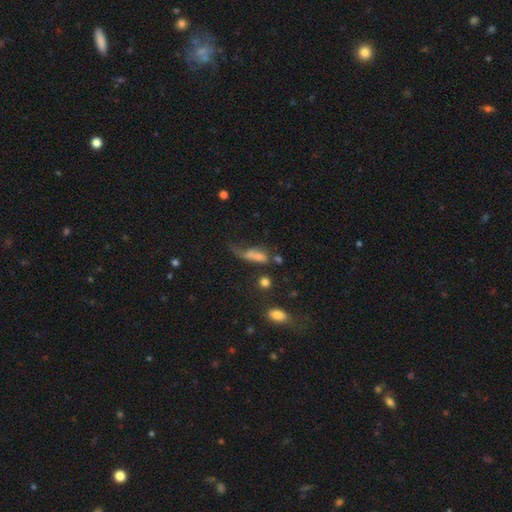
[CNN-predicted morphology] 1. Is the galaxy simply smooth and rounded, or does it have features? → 66% smooth, 21% featured or disk, 13% star or artifact.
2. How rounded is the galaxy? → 60% in between, 33% cigar-shaped, 6% round.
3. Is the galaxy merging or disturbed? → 46% major disturbance, 22% none, 20% minor disturbance, 12% merger.